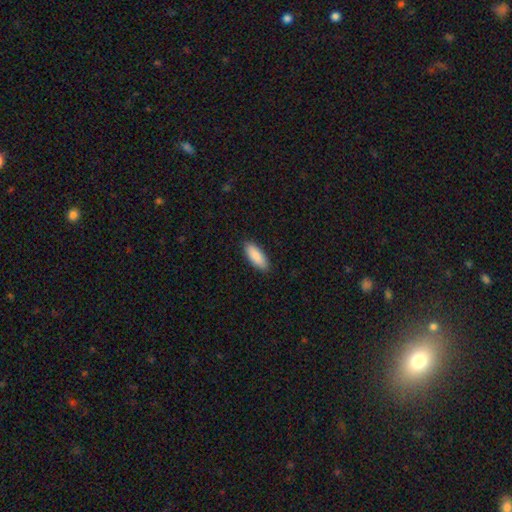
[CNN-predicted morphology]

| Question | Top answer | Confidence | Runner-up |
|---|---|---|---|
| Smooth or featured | smooth | 90% | star or artifact (5%) |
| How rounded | in between | 74% | cigar-shaped (24%) |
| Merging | none | 89% | minor disturbance (8%) |